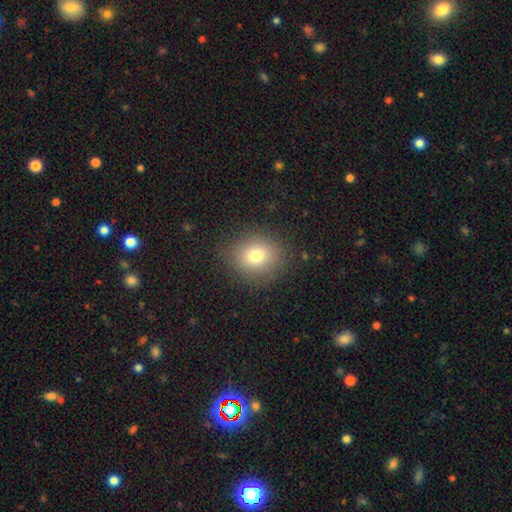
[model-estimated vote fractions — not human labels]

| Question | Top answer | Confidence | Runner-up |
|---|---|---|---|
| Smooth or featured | smooth | 76% | star or artifact (13%) |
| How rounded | round | 75% | in between (24%) |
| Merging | none | 86% | minor disturbance (9%) |